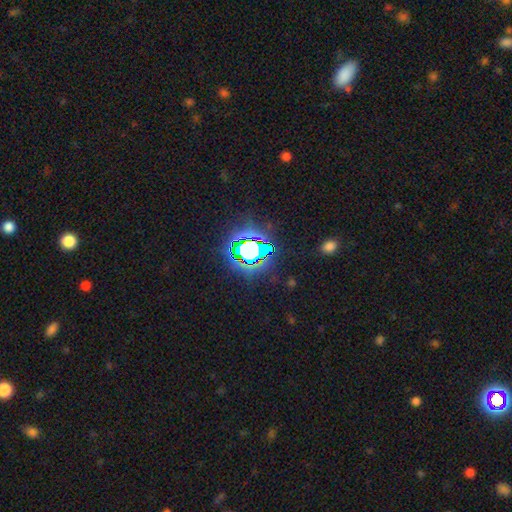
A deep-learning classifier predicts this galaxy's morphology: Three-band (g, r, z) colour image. It shows a star or artifact, not a galaxy (82%).